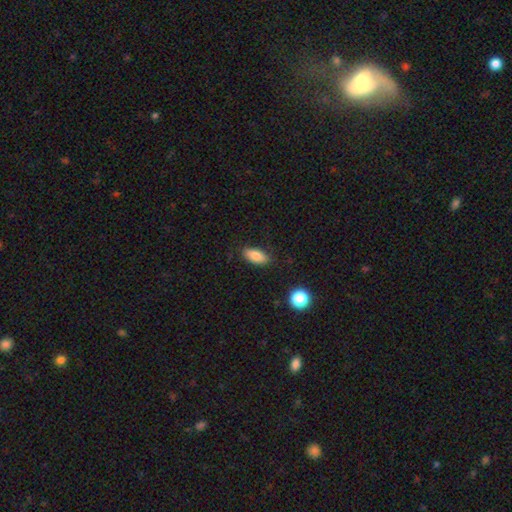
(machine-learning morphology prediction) smooth_or_featured: smooth (p=0.83) [alt: featured or disk p=0.08]
how_rounded: in between (p=0.88) [alt: cigar-shaped p=0.09]
merging: none (p=0.84) [alt: minor disturbance p=0.12]